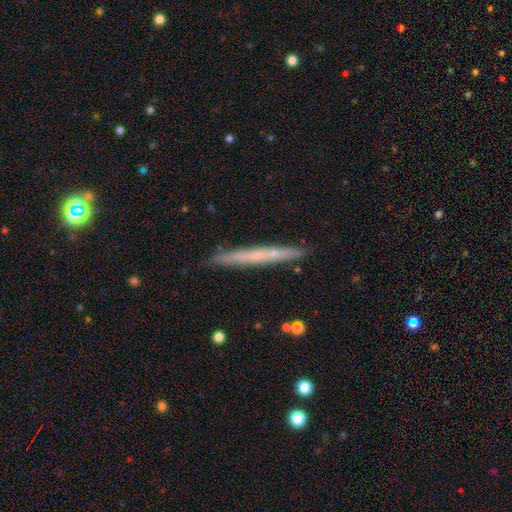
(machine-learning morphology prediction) Smooth or featured? Predicted: featured or disk (p=0.50). Edge-on disk? Predicted: yes (p=0.96). Merging? Predicted: none (p=0.90).